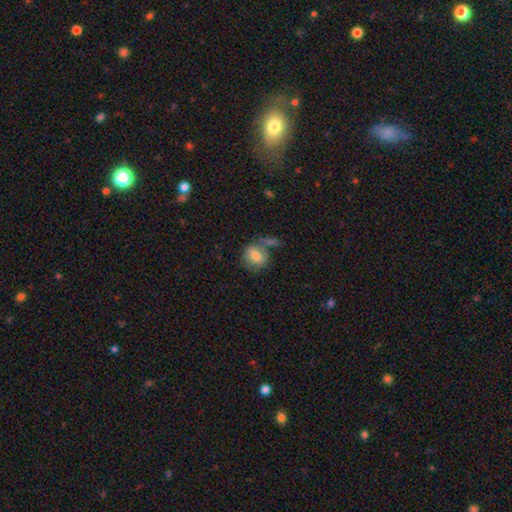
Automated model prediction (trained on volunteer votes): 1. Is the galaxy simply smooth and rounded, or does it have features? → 73% smooth, 18% featured or disk, 9% star or artifact.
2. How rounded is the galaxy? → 64% round, 35% in between, 1% cigar-shaped.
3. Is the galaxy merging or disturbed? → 50% none, 23% merger, 18% minor disturbance, 9% major disturbance.